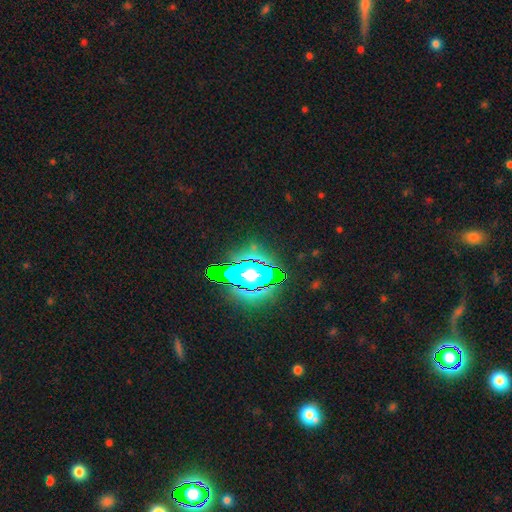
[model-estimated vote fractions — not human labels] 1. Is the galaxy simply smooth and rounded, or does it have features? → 82% star or artifact, 9% smooth, 8% featured or disk.